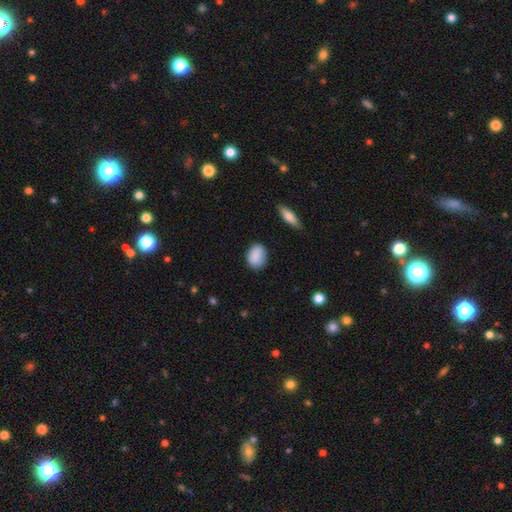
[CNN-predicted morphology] Q: Smooth or featured?
A: smooth (88%); runner-up: star or artifact (7%)
Q: How rounded?
A: in between (65%); runner-up: round (34%)
Q: Merging?
A: none (80%); runner-up: minor disturbance (16%)